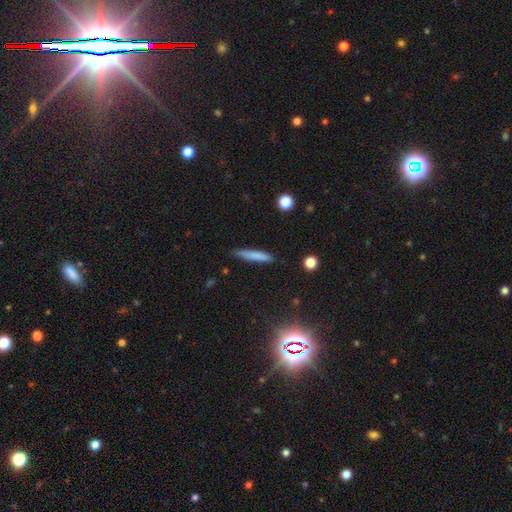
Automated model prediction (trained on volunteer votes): This appears to be a smooth galaxy with no disk features (76%) that is cigar-shaped (92%). Merging: none (84%).